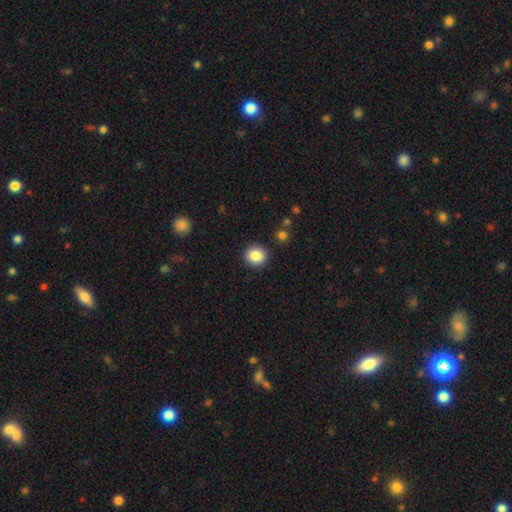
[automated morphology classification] The model was most divided on "how rounded": round: 83%, in between: 16%, cigar-shaped: 1%. More confident: merging — none (91%); smooth or featured — smooth (87%).